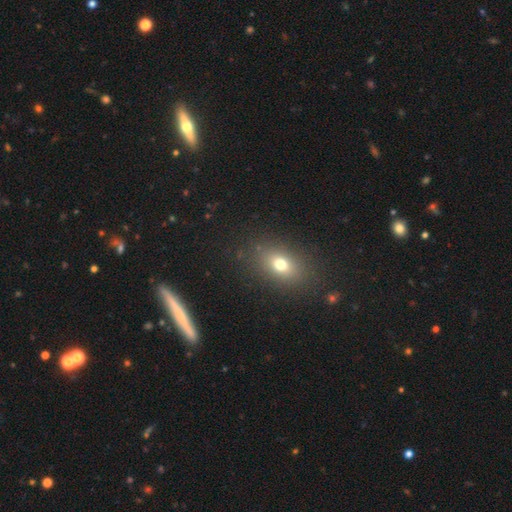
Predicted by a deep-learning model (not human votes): smooth 61%, star or artifact 23%, featured or disk 17%. Down the decision tree: how rounded — in between (60%); merging — none (87%).